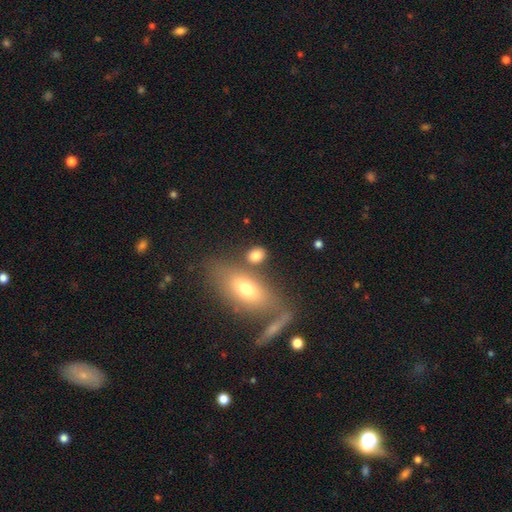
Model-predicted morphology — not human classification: type=smooth (80%); roundness=in between (56%); merging=none (66%).